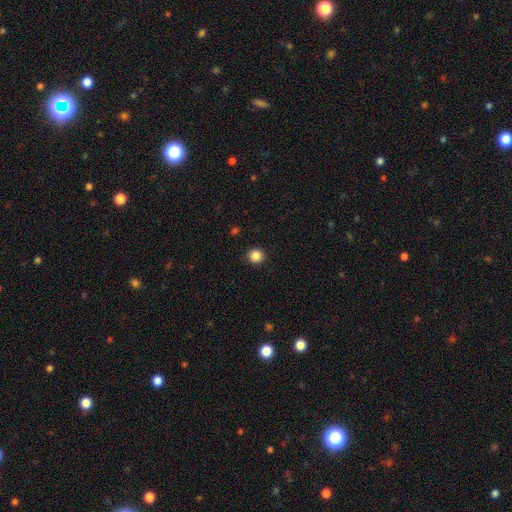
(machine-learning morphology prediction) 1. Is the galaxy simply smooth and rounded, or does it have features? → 86% smooth, 11% star or artifact, 3% featured or disk.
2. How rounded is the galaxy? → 94% round, 5% in between, 1% cigar-shaped.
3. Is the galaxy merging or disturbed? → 92% none, 5% minor disturbance, 2% major disturbance, 1% merger.